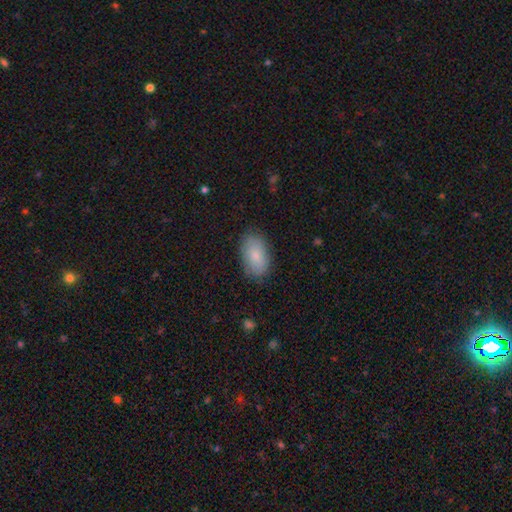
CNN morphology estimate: smooth 83%, featured or disk 11%, star or artifact 6%. Down the decision tree: how rounded — in between (94%); merging — none (84%).